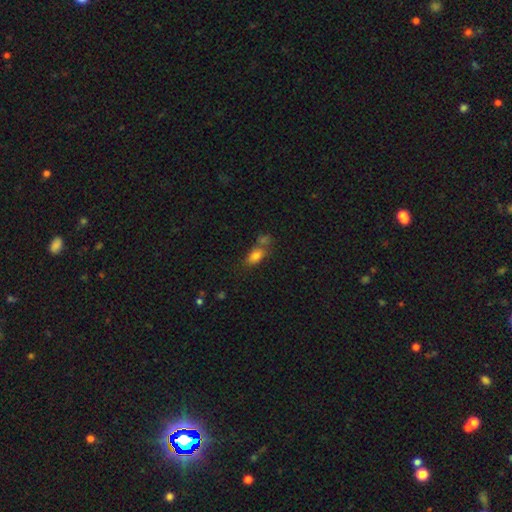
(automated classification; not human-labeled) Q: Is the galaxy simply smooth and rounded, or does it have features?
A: smooth — 78%.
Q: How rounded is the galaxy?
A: in between — 83%.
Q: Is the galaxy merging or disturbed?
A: none — 48%.